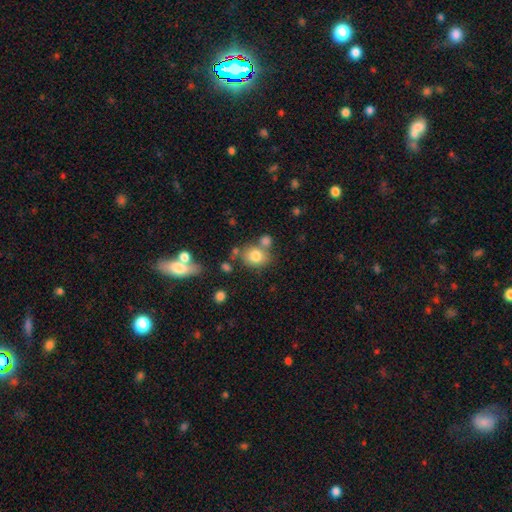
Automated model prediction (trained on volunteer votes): smooth_or_featured: smooth (p=0.78) [alt: featured or disk p=0.11]
how_rounded: round (p=0.63) [alt: in between p=0.36]
merging: none (p=0.61) [alt: merger p=0.20]